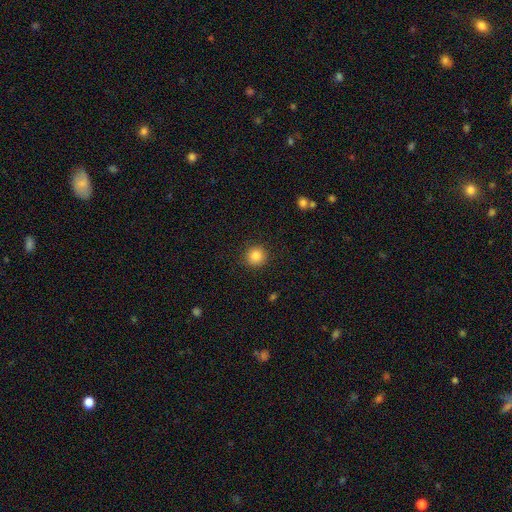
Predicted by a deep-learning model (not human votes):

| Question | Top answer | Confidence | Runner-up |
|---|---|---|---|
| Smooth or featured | smooth | 86% | star or artifact (10%) |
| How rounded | round | 93% | in between (6%) |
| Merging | none | 91% | minor disturbance (6%) |